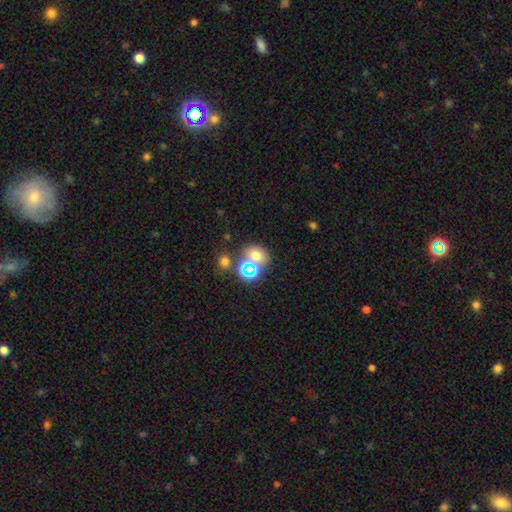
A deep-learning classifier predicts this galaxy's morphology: smooth-or-featured: smooth: 61% | star or artifact: 27% | featured or disk: 13%
  how-rounded: round: 62% | in between: 37% | cigar-shaped: 1%
  merging: none: 53% | merger: 32% | minor disturbance: 10% | major disturbance: 5%